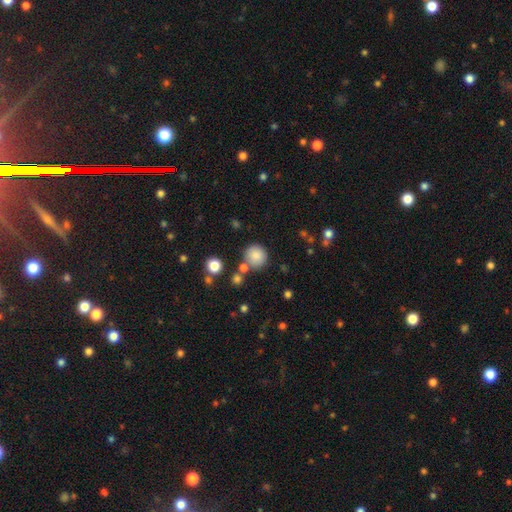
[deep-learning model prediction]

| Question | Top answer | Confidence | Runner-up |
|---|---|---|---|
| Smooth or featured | smooth | 83% | star or artifact (10%) |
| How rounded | round | 93% | in between (6%) |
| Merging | none | 76% | minor disturbance (11%) |